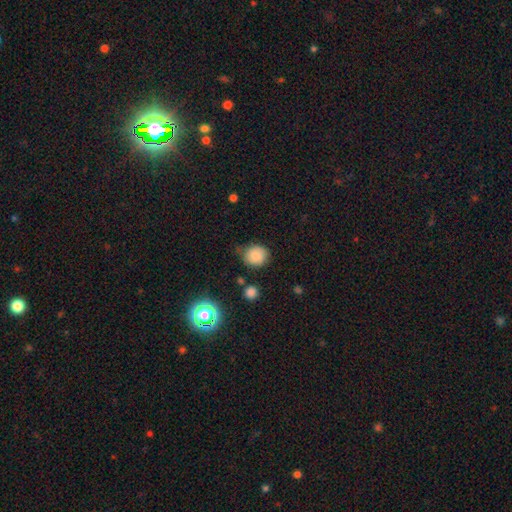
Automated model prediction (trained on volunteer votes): Q: Smooth or featured?
A: smooth (83%); runner-up: star or artifact (10%)
Q: How rounded?
A: round (77%); runner-up: in between (22%)
Q: Merging?
A: none (65%); runner-up: minor disturbance (25%)